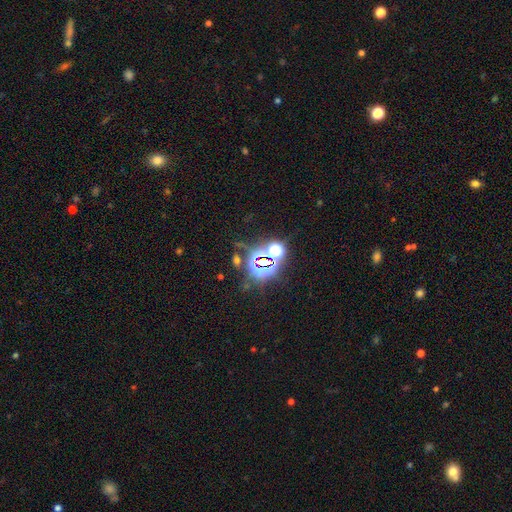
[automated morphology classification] Overall: star or artifact (79%).